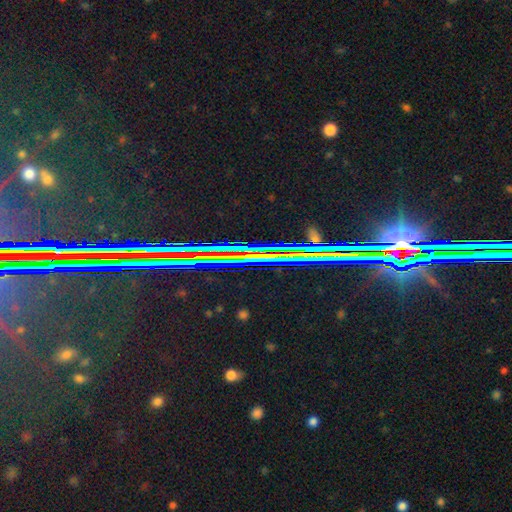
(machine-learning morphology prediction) smooth_or_featured: star or artifact (p=0.82) [alt: featured or disk p=0.11]